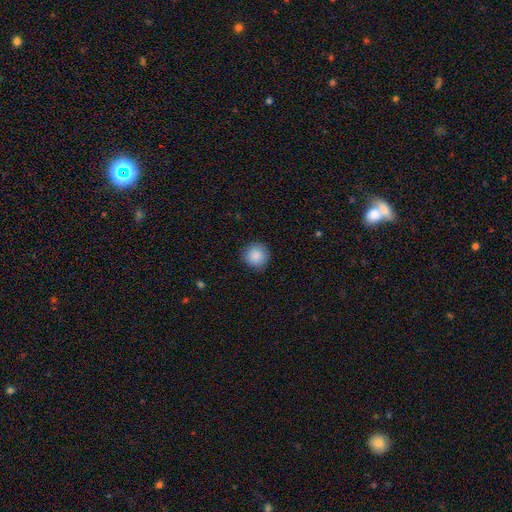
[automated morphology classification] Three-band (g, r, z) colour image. It shows a smooth galaxy with no disk features (88%) that is round (94%). Merging: none (89%).